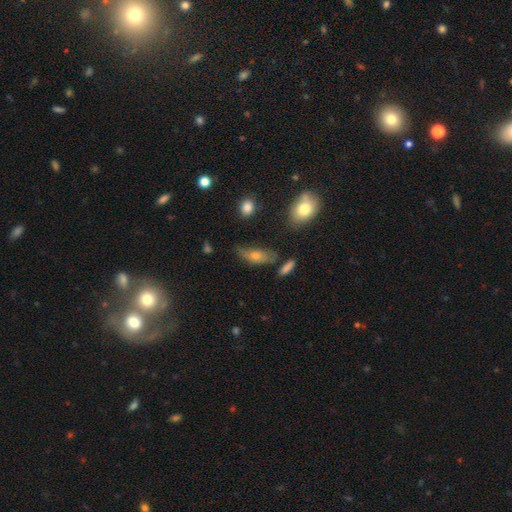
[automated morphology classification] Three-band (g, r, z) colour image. It shows a smooth galaxy with no disk features (59%) that is in between round and cigar-shaped (74%). Merging: none (54%).